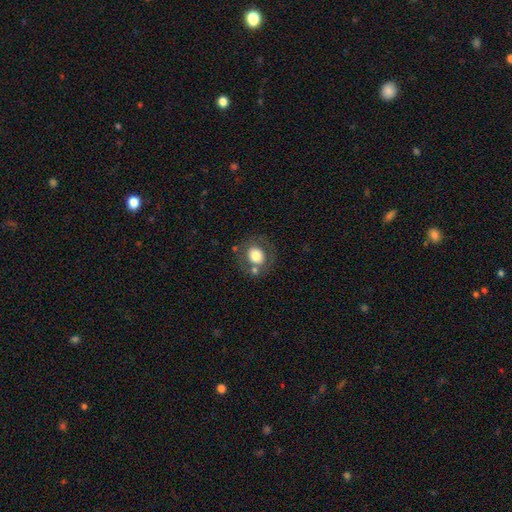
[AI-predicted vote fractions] This is likely a smooth galaxy (69%). How rounded: likely round (76%). Merging: likely none (69%).